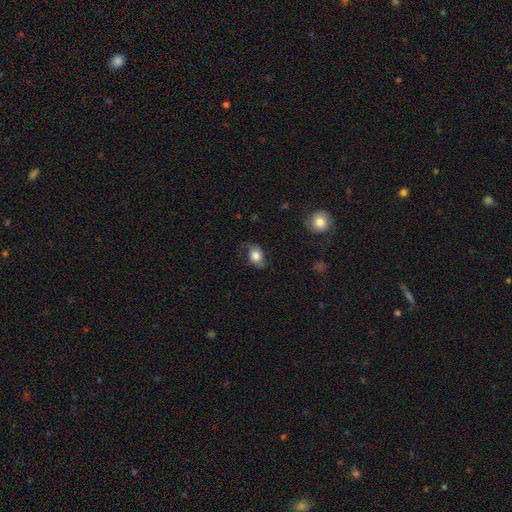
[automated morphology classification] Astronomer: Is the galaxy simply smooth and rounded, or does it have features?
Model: smooth — 74%.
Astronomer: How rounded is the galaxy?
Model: in between — 71%.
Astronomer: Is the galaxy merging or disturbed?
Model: none — 63%.